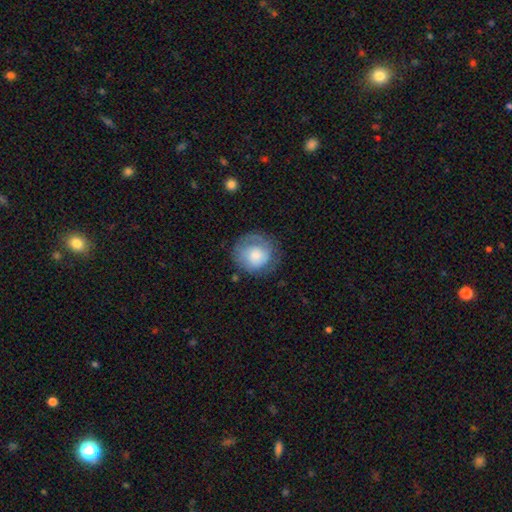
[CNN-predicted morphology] This is likely a smooth galaxy (64%). How rounded: clearly round (88%). Merging: likely none (67%).